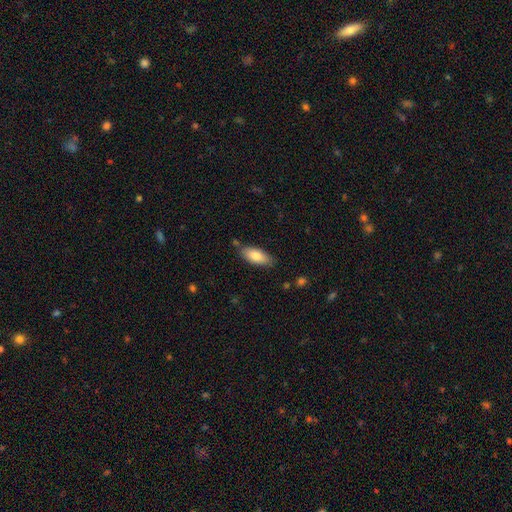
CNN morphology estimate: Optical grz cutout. It shows a smooth galaxy with no disk features (82%) that is in between round and cigar-shaped (83%). Merging: none (78%).